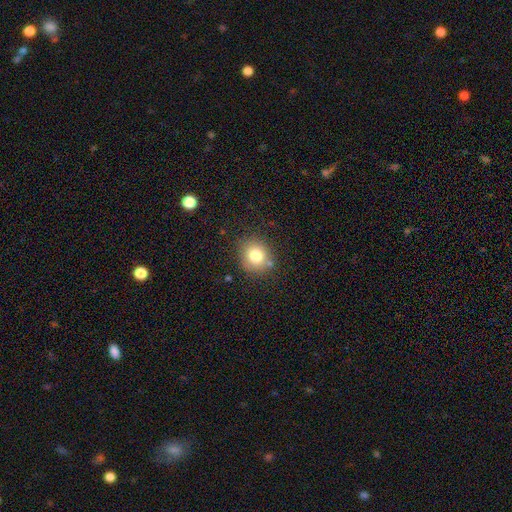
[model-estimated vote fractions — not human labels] This appears to be a smooth galaxy with no disk features (78%) that is round (81%). Merging: none (78%).